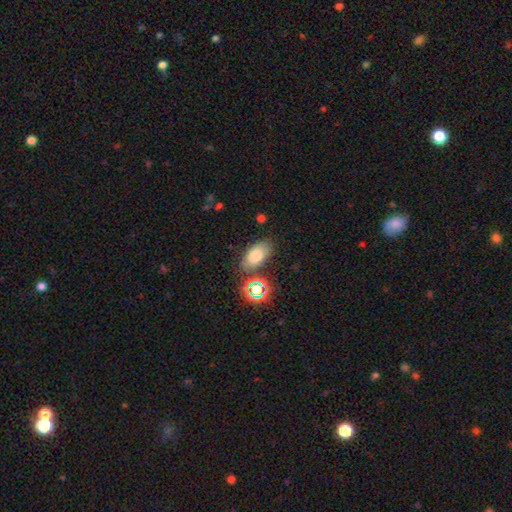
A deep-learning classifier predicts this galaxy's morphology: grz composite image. It shows a smooth galaxy with no disk features (72%) that is in between round and cigar-shaped (87%). Merging: none (75%).